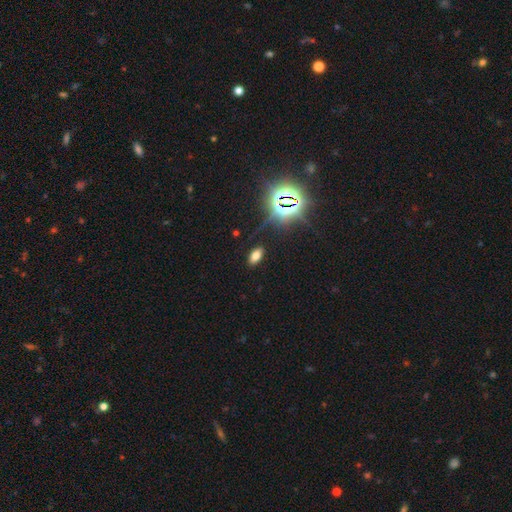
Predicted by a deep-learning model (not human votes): Smooth or featured?
  - smooth: 64% *
  - star or artifact: 27%
  - featured or disk: 8%
How rounded?
  - in between: 91% *
  - cigar-shaped: 5%
  - round: 4%
Merging?
  - none: 88% *
  - minor disturbance: 8%
  - major disturbance: 3%
  - merger: 1%